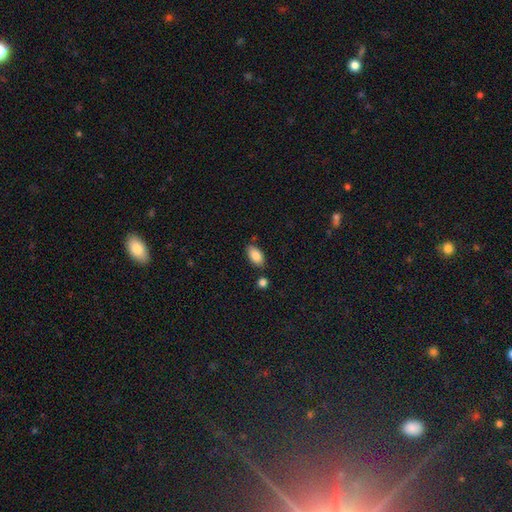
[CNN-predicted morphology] A smooth galaxy with no disk features (85%) that is in between round and cigar-shaped (93%).

Vote fractions:
- Smooth or featured? smooth: 85% / featured or disk: 8% / star or artifact: 7%
- How rounded? in between: 93% / cigar-shaped: 4% / round: 3%
- Merging? none: 80% / minor disturbance: 12% / merger: 6% / major disturbance: 3%